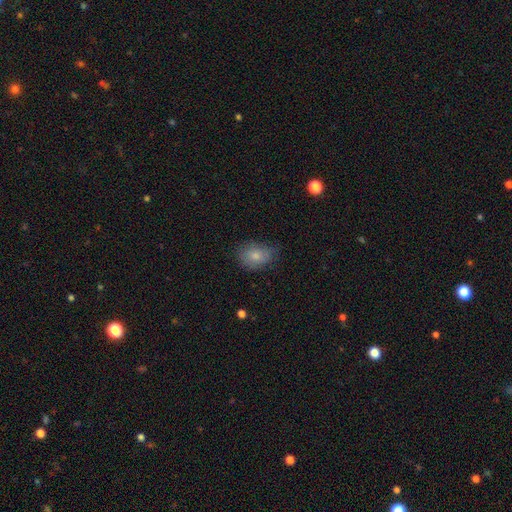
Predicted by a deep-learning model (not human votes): This is clearly a smooth galaxy (81%). How rounded: likely in between (69%). Merging: likely none (64%).